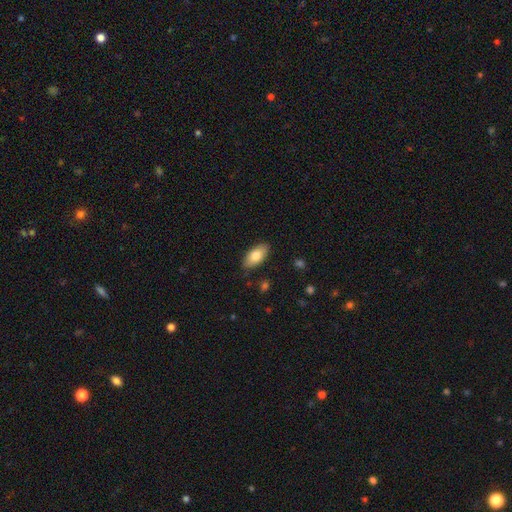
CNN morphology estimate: smooth-or-featured: smooth: 79% | featured or disk: 14% | star or artifact: 6%
  how-rounded: in between: 91% | cigar-shaped: 7% | round: 3%
  merging: none: 86% | minor disturbance: 11% | major disturbance: 2% | merger: 1%